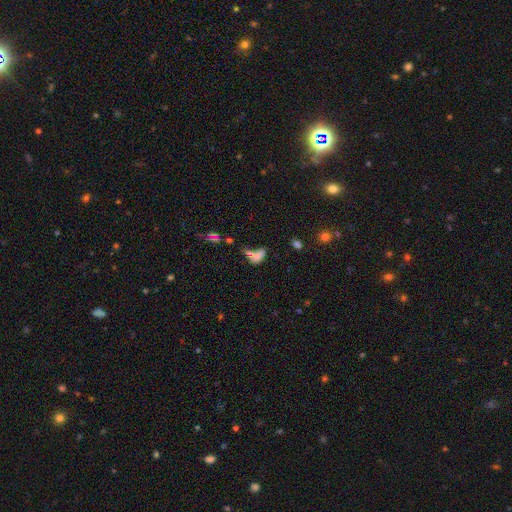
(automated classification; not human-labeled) Q: Smooth or featured?
A: smooth (63%); runner-up: featured or disk (19%)
Q: How rounded?
A: in between (77%); runner-up: cigar-shaped (14%)
Q: Merging?
A: merger (40%); runner-up: none (24%)